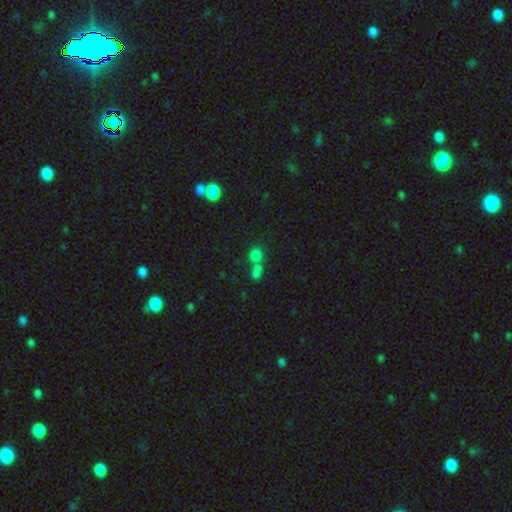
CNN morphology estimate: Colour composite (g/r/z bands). It shows a smooth galaxy with no disk features (74%) that is round (72%). Merging: merger (58%).